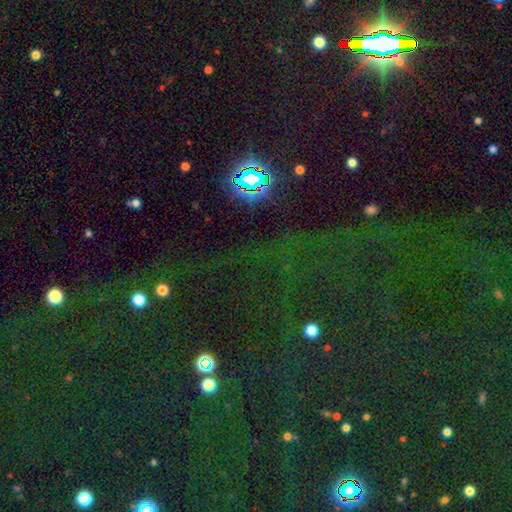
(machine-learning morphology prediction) Overall: star or artifact (82%).